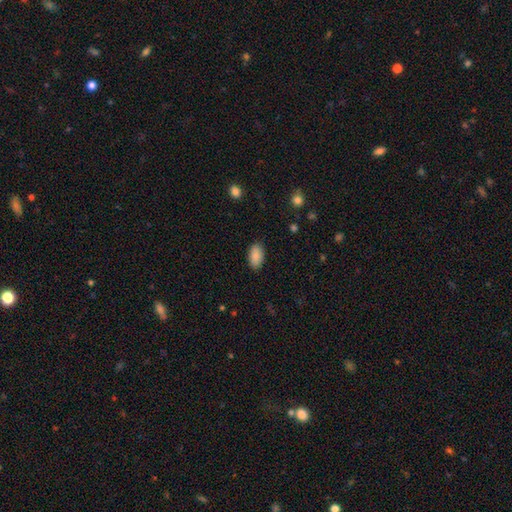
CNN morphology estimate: Smooth or featured: smooth — 88% (star or artifact — 7%)
How rounded: in between — 94% (round — 4%)
Merging: none — 87% (minor disturbance — 10%)